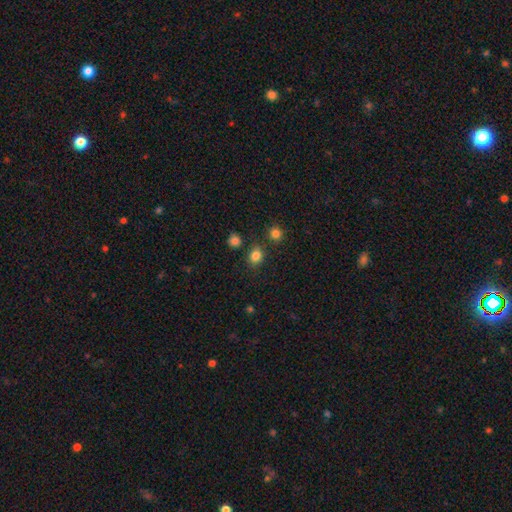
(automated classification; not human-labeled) Smooth or featured?
  - smooth: 82% *
  - star or artifact: 14%
  - featured or disk: 5%
How rounded?
  - round: 68% *
  - in between: 31%
  - cigar-shaped: 1%
Merging?
  - none: 80% *
  - minor disturbance: 10%
  - merger: 7%
  - major disturbance: 3%